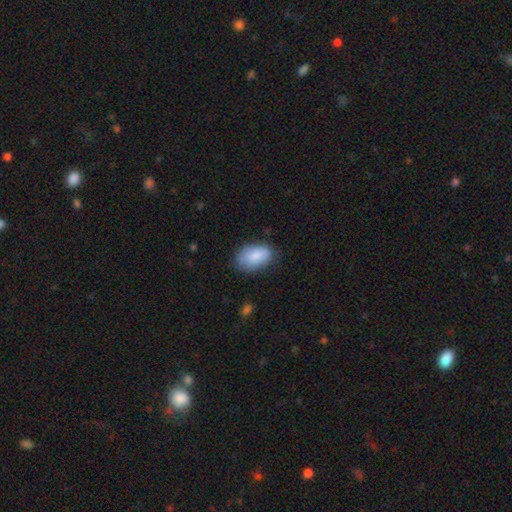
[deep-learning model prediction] smooth 84%, featured or disk 10%, star or artifact 6%. Down the decision tree: how rounded — in between (92%); merging — none (74%).